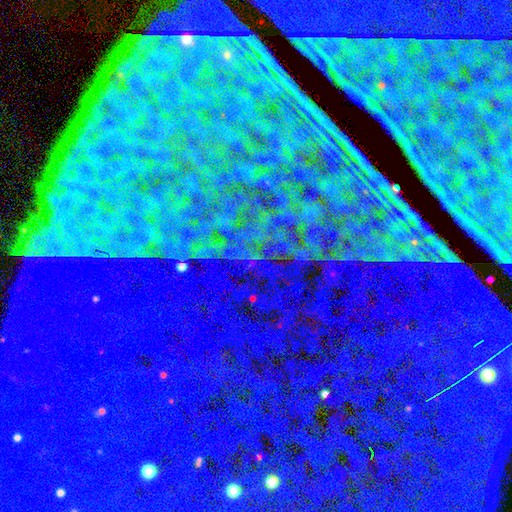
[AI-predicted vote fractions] Morphology: type=star or artifact (87%).